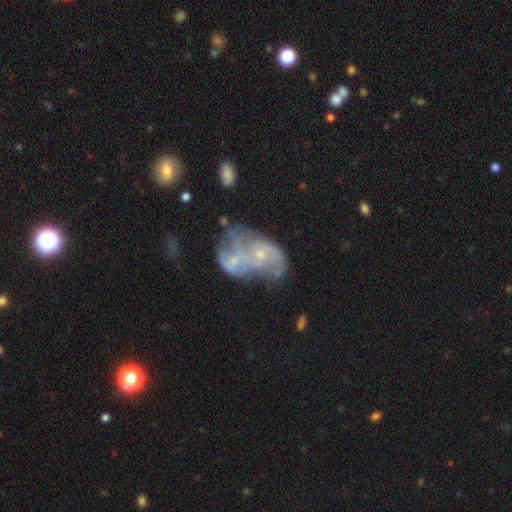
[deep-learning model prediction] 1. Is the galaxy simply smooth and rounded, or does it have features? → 66% featured or disk, 21% smooth, 13% star or artifact.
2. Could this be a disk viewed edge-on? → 97% no, 3% yes.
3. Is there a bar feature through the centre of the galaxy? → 76% no, 19% weak, 5% strong.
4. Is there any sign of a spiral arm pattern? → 55% yes, 45% no.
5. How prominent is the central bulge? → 63% small, 22% moderate, 11% none, 2% large, 1% dominant.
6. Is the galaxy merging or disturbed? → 55% merger, 17% none, 16% major disturbance, 11% minor disturbance.